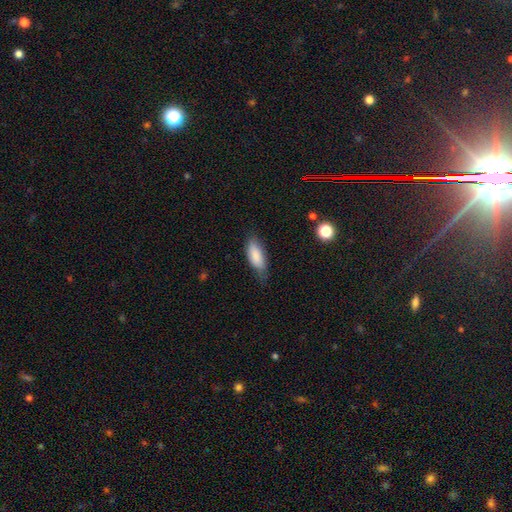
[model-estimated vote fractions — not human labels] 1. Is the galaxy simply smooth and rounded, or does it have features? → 85% smooth, 9% featured or disk, 6% star or artifact.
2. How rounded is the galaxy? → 76% in between, 22% cigar-shaped, 2% round.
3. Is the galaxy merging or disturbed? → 62% none, 30% minor disturbance, 7% major disturbance, 2% merger.